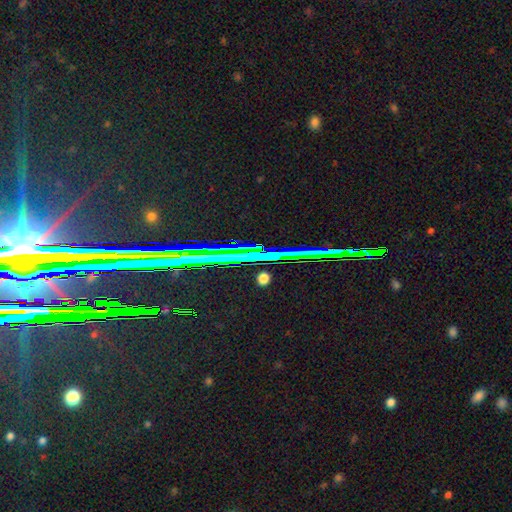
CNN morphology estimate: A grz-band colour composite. It shows a star or artifact, not a galaxy (61%).